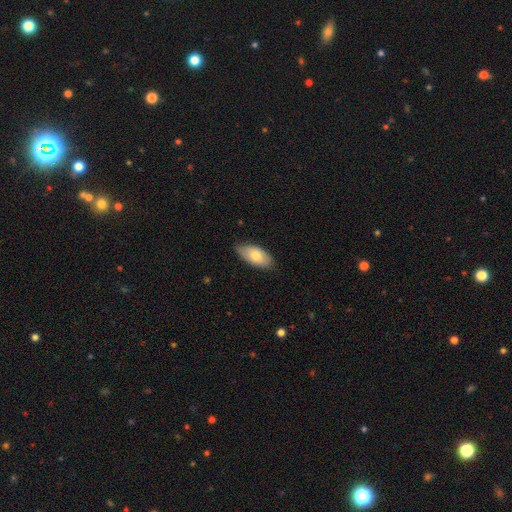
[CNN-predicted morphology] This is likely a smooth galaxy (72%). How rounded: clearly in between (93%). Merging: likely none (76%).